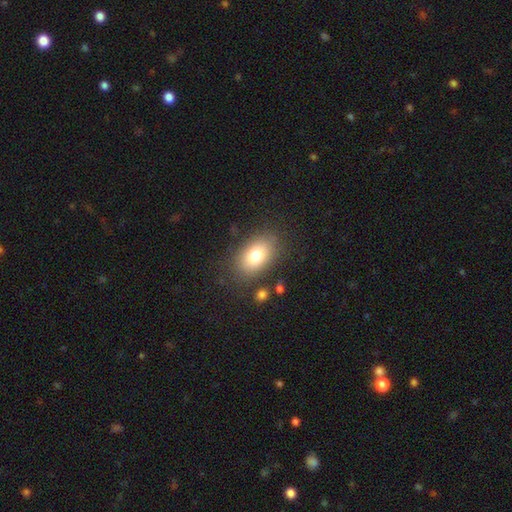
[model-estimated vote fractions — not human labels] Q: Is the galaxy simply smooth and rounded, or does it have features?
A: smooth — 77%.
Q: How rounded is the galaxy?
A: in between — 87%.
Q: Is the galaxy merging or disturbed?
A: none — 82%.